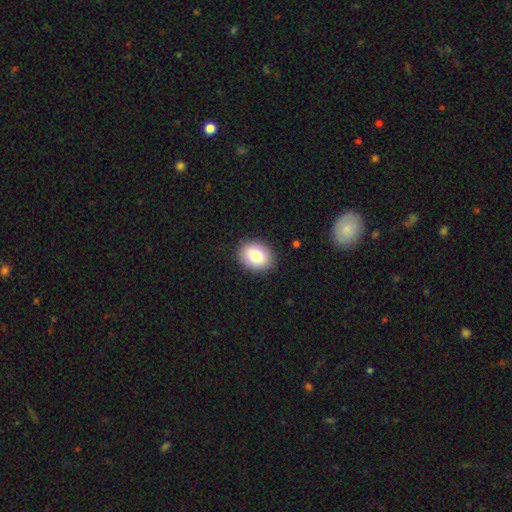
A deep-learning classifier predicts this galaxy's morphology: This appears to be a smooth galaxy with no disk features (79%) that is in between round and cigar-shaped (53%). Merging: none (90%).